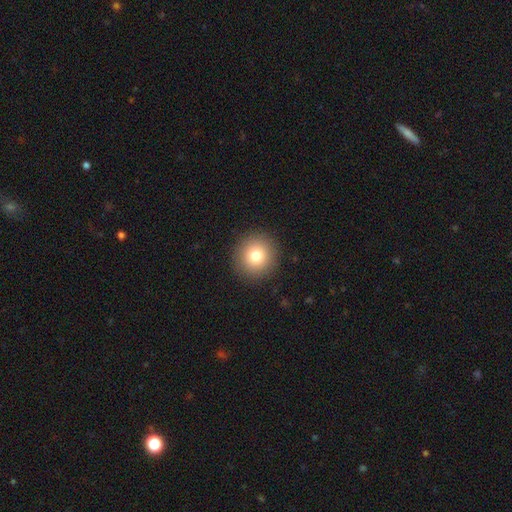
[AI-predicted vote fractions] smooth 78%, star or artifact 11%, featured or disk 11%. Down the decision tree: how rounded — round (94%); merging — none (91%).